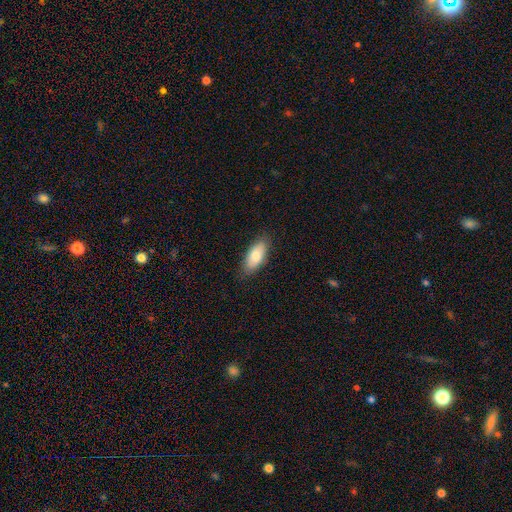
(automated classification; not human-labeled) Q: Smooth or featured?
A: smooth (79%); runner-up: featured or disk (15%)
Q: How rounded?
A: in between (84%); runner-up: cigar-shaped (14%)
Q: Merging?
A: none (85%); runner-up: minor disturbance (12%)